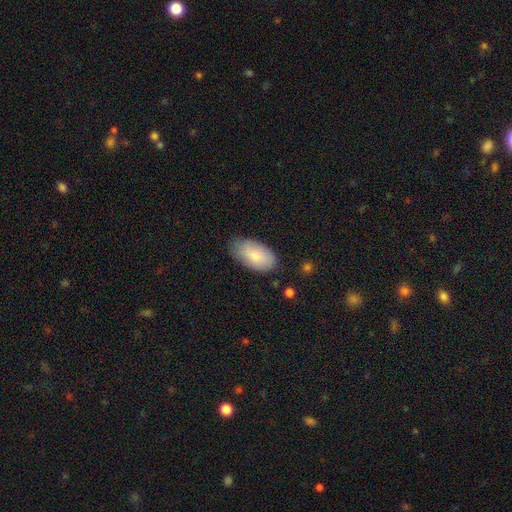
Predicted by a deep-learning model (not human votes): A smooth galaxy with no disk features (77%) that is in between round and cigar-shaped (94%). Merging: none (73%).